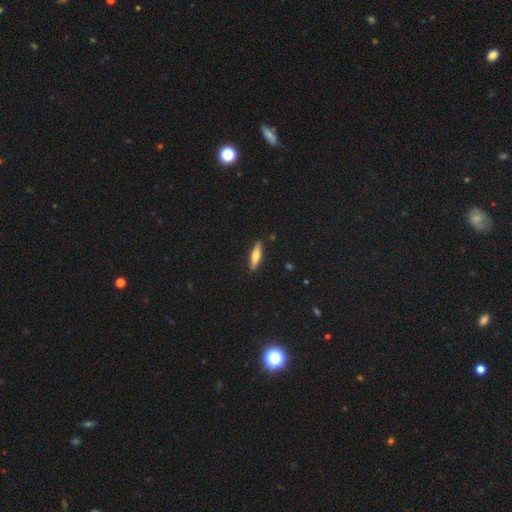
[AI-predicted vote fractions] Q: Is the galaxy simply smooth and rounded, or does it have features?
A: smooth — 52%.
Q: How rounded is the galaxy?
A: cigar-shaped — 73%.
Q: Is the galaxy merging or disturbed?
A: none — 90%.